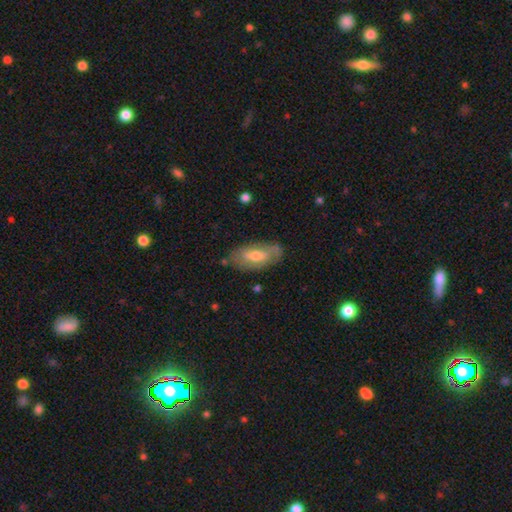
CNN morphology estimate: Smooth or featured?
  - smooth: 52% *
  - featured or disk: 41%
  - star or artifact: 6%
How rounded?
  - in between: 86% *
  - cigar-shaped: 11%
  - round: 3%
Merging?
  - none: 74% *
  - minor disturbance: 19%
  - major disturbance: 5%
  - merger: 2%